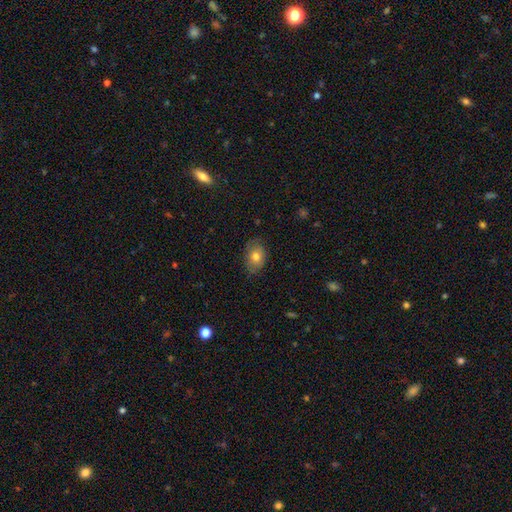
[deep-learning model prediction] smooth_or_featured: smooth (p=0.71) [alt: featured or disk p=0.21]
how_rounded: in between (p=0.79) [alt: round p=0.20]
merging: none (p=0.79) [alt: minor disturbance p=0.17]